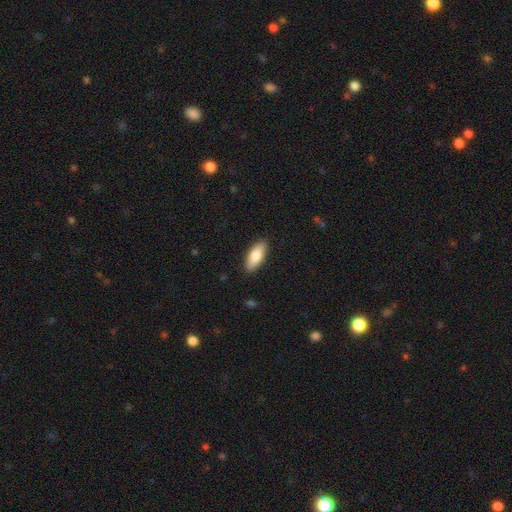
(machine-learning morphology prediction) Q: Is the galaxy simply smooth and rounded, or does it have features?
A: smooth — 82%.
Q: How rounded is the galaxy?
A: in between — 78%.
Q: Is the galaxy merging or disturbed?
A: none — 88%.